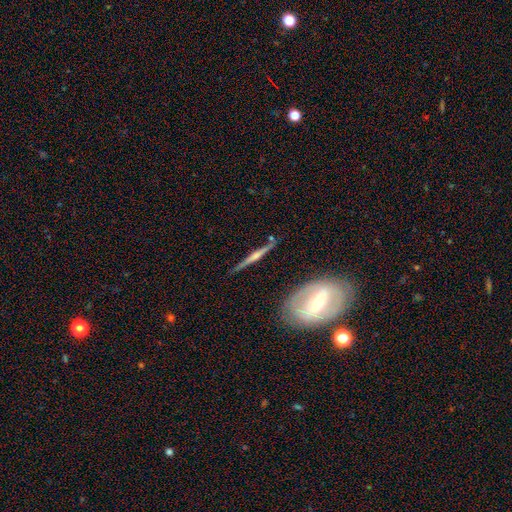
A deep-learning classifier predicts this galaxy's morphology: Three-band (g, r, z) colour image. It shows a featured or disk galaxy (72%) viewed edge-on (96%) with a rounded central bulge (65%). Merging: none (84%).